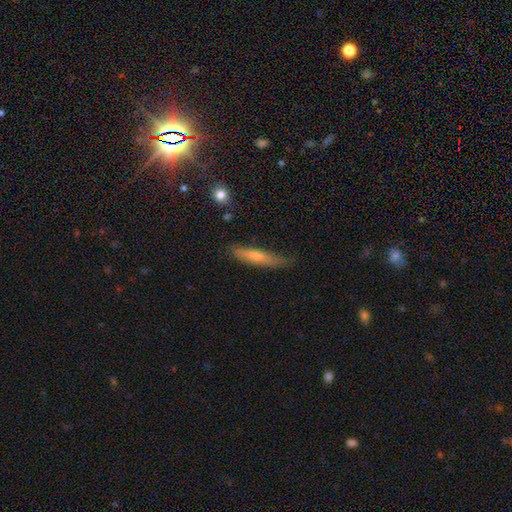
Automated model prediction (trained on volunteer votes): Smooth or featured? Predicted: smooth (p=0.47). Merging? Predicted: none (p=0.73).